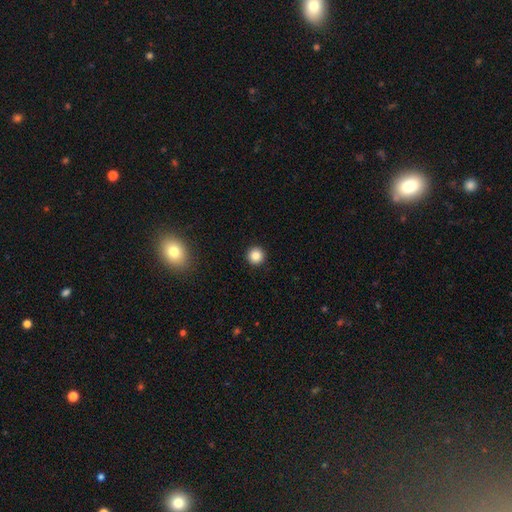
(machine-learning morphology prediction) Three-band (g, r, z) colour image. It shows a smooth galaxy with no disk features (86%) that is round (96%). Merging: none (93%).